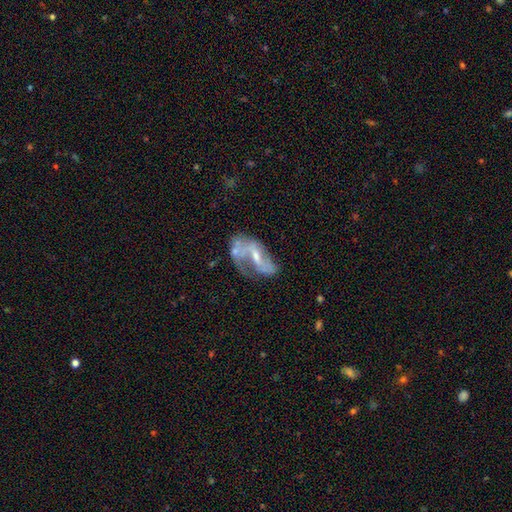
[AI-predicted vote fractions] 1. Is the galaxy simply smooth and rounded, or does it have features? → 75% featured or disk, 17% smooth, 8% star or artifact.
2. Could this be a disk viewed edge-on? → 95% no, 5% yes.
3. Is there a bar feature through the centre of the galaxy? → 41% weak, 35% no, 24% strong.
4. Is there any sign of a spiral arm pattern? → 73% yes, 27% no.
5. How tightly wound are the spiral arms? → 46% loose, 37% medium, 17% tight.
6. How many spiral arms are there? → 60% 2, 18% 1, 16% can't tell, 3% 3, 1% 4, 1% more than 4.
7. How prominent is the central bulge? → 48% small, 37% moderate, 11% none, 3% large, 1% dominant.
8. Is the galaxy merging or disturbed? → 34% none, 28% major disturbance, 20% minor disturbance, 18% merger.